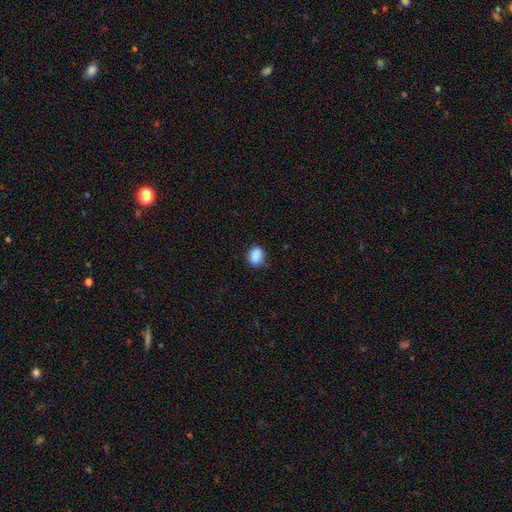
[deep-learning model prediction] Smooth or featured? Predicted: smooth (p=0.88). How rounded? Predicted: in between (p=0.71). Merging? Predicted: none (p=0.80).